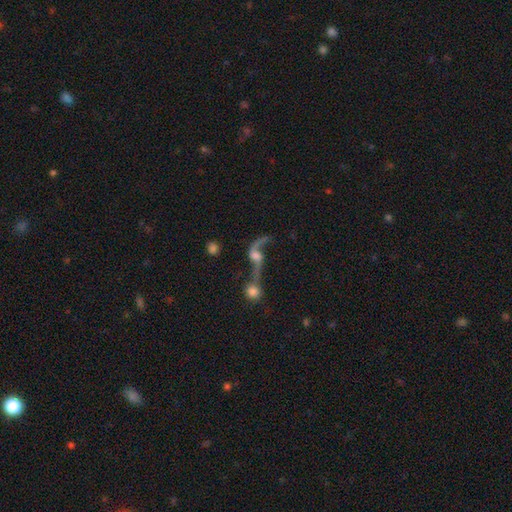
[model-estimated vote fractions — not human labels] This is likely a featured or disk galaxy (77%). It is clearly not viewed edge-on (92%). Bar: possibly no (55%). Spiral arm pattern: clearly yes (89%). Spiral arm count: clearly 2 (86%). Spiral winding: clearly loose (92%). Central bulge: marginally moderate (43%). Merging: possibly merger (48%).